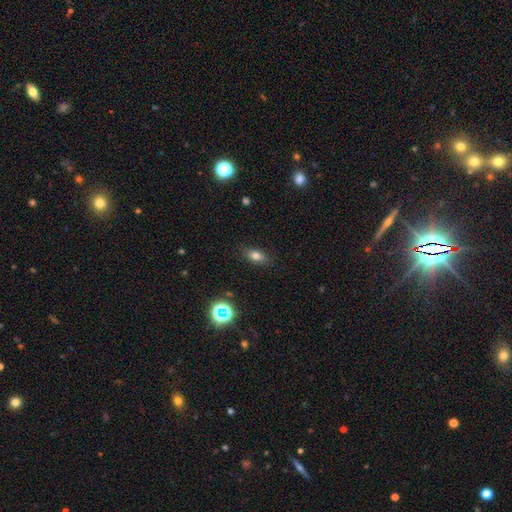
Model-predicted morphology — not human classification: This is likely a smooth galaxy (76%). How rounded: clearly in between (81%). Merging: clearly none (84%).